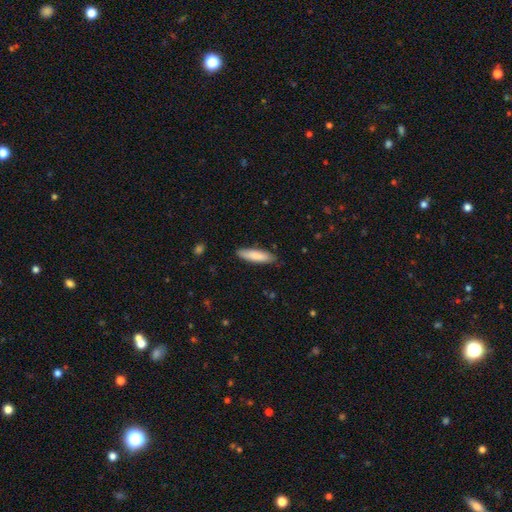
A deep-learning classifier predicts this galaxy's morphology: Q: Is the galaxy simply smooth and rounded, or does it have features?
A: smooth — 84%.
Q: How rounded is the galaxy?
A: cigar-shaped — 69%.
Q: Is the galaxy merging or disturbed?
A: none — 85%.